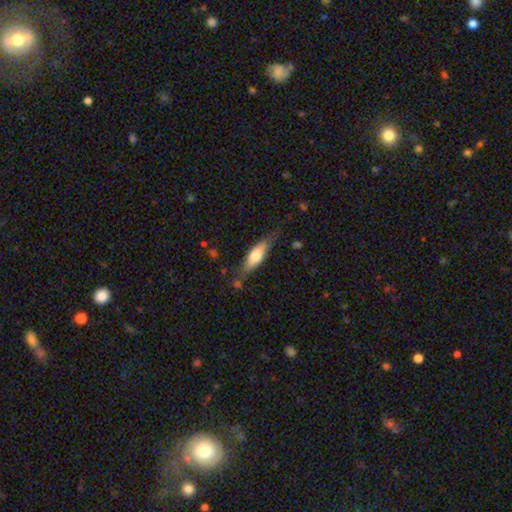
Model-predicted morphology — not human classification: smooth-or-featured: smooth: 64% | featured or disk: 30% | star or artifact: 6%
  how-rounded: in between: 54% | cigar-shaped: 44% | round: 2%
  merging: none: 68% | minor disturbance: 22% | major disturbance: 6% | merger: 3%